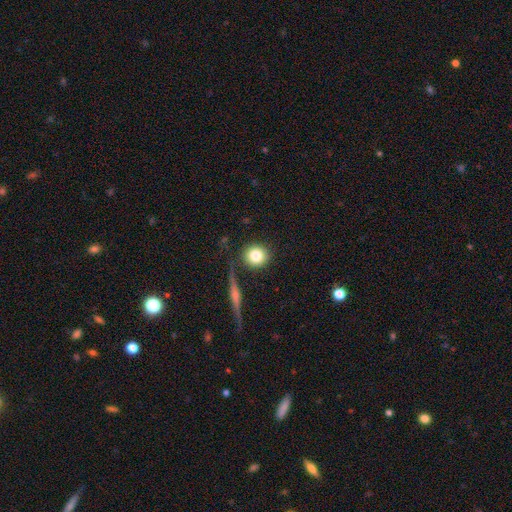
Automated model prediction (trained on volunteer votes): Q: Smooth or featured?
A: smooth (81%); runner-up: featured or disk (10%)
Q: How rounded?
A: round (87%); runner-up: in between (11%)
Q: Merging?
A: none (81%); runner-up: minor disturbance (10%)